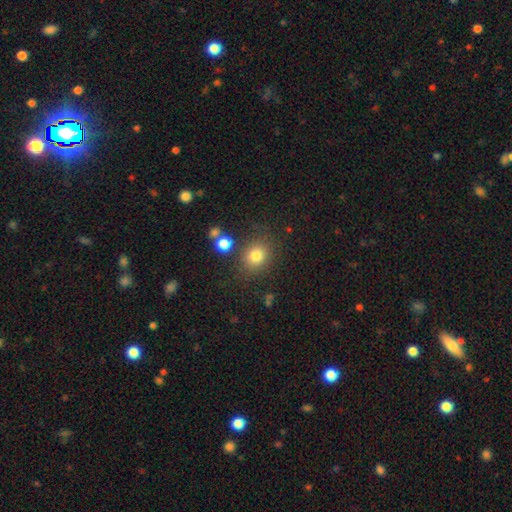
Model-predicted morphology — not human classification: smooth 80%, star or artifact 13%, featured or disk 7%. Down the decision tree: how rounded — round (72%); merging — none (78%).